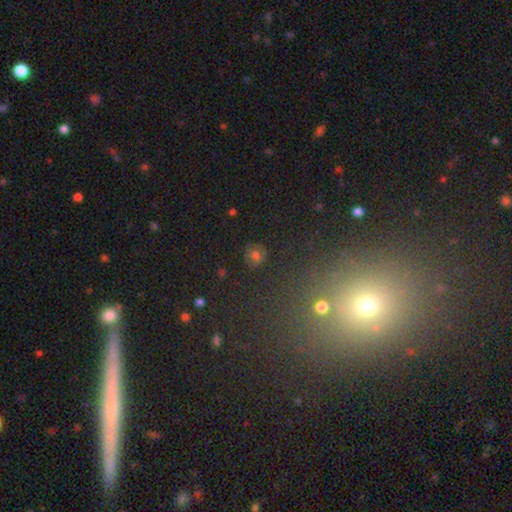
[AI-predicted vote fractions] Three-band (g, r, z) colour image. It shows a smooth galaxy with no disk features (62%) that is round (86%). Merging: none (82%).